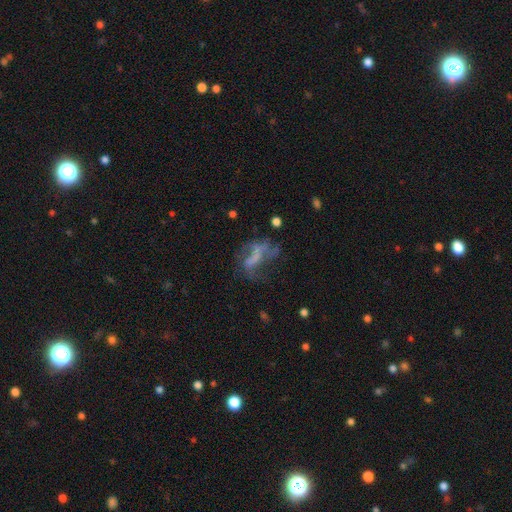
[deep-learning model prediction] smooth-or-featured: featured or disk: 53% | smooth: 29% | star or artifact: 18%
  disk-edge-on: no: 94% | yes: 6%
  merging: major disturbance: 40% | none: 33% | minor disturbance: 18% | merger: 9%